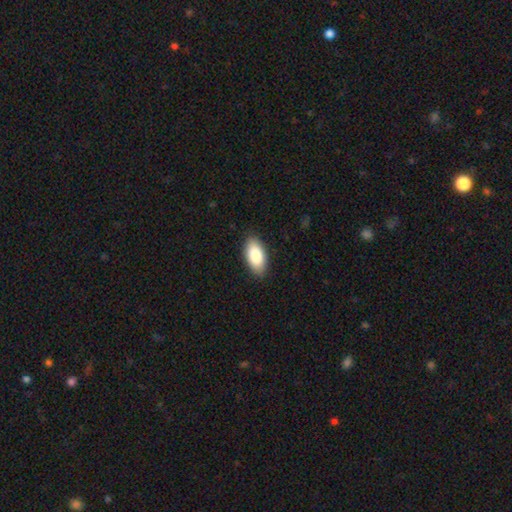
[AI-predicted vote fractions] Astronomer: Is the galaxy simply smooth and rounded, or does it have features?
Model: smooth — 86%.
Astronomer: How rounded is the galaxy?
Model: in between — 93%.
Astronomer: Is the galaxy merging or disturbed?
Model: none — 87%.